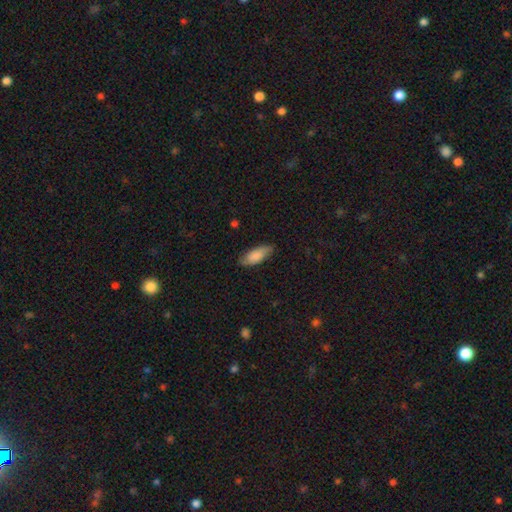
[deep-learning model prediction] Morphology: type=smooth (80%); roundness=in between (77%); merging=none (80%).